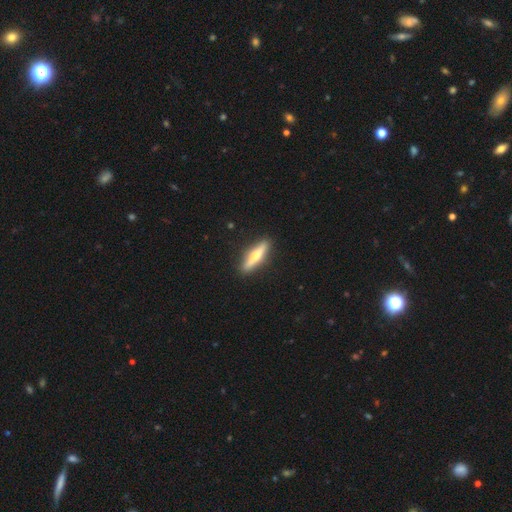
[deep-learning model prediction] This appears to be a featured or disk galaxy (55%) viewed edge-on (95%) with a rounded central bulge (89%). Merging: none (91%).